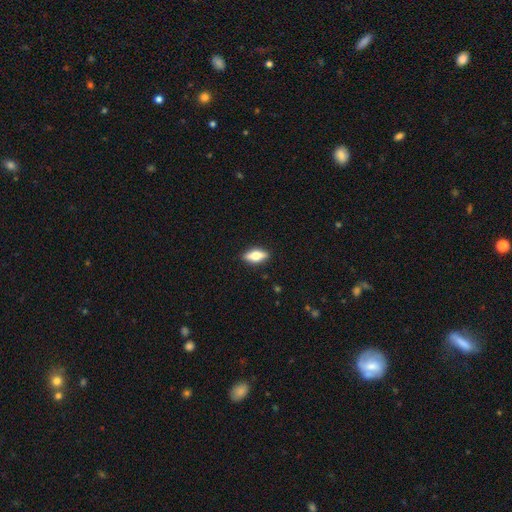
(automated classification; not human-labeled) Smooth or featured?
  - smooth: 62% *
  - featured or disk: 31%
  - star or artifact: 7%
How rounded?
  - in between: 75% *
  - cigar-shaped: 21%
  - round: 4%
Merging?
  - none: 88% *
  - minor disturbance: 9%
  - major disturbance: 2%
  - merger: 1%